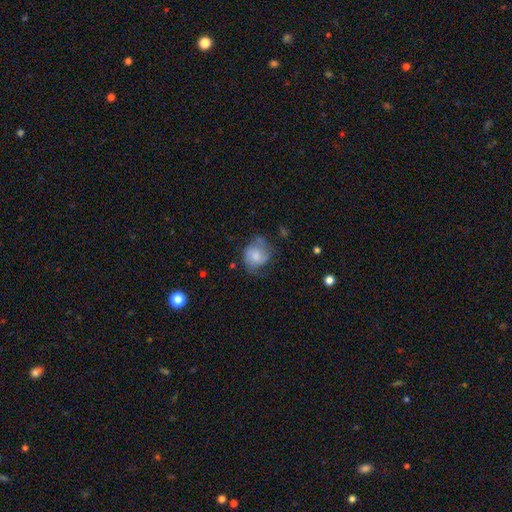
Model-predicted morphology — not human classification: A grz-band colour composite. It shows a smooth galaxy with no disk features (61%) that is round (68%). Merging: none (48%).